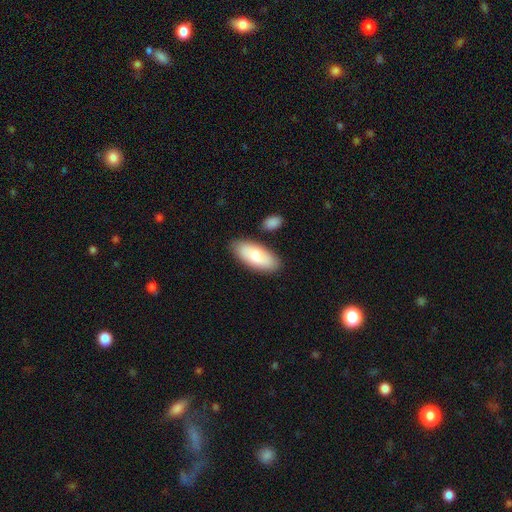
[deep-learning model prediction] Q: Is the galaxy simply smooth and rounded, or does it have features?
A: smooth — 77%.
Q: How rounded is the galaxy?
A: in between — 86%.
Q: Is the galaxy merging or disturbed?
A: none — 80%.